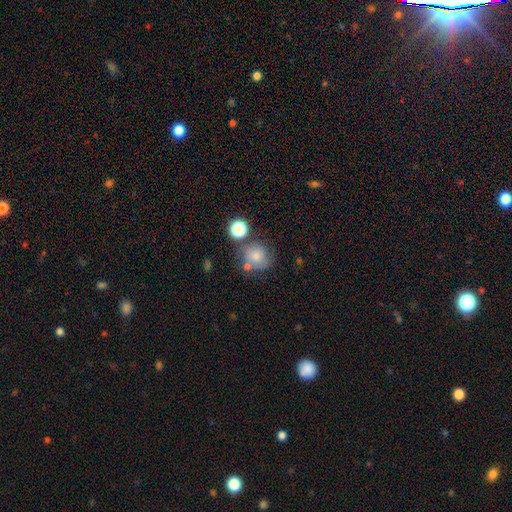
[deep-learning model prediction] Smooth or featured?
  - smooth: 73% *
  - featured or disk: 15%
  - star or artifact: 13%
How rounded?
  - round: 80% *
  - in between: 19%
  - cigar-shaped: 1%
Merging?
  - none: 54% *
  - minor disturbance: 19%
  - merger: 18%
  - major disturbance: 9%